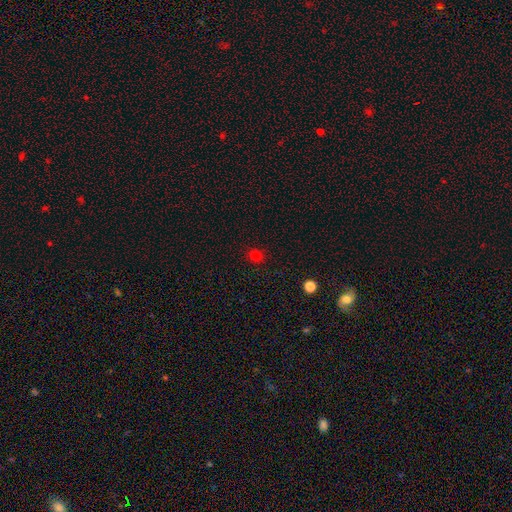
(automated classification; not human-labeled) A smooth galaxy with no disk features (77%) that is round (88%). Merging: none (90%).